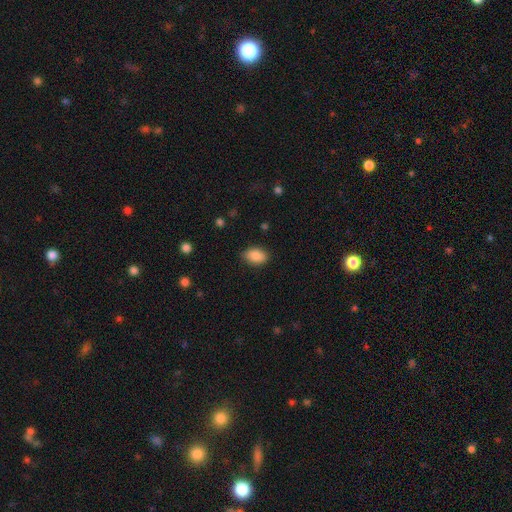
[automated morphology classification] Q: Smooth or featured?
A: smooth (88%); runner-up: star or artifact (8%)
Q: How rounded?
A: in between (86%); runner-up: round (12%)
Q: Merging?
A: none (83%); runner-up: minor disturbance (12%)